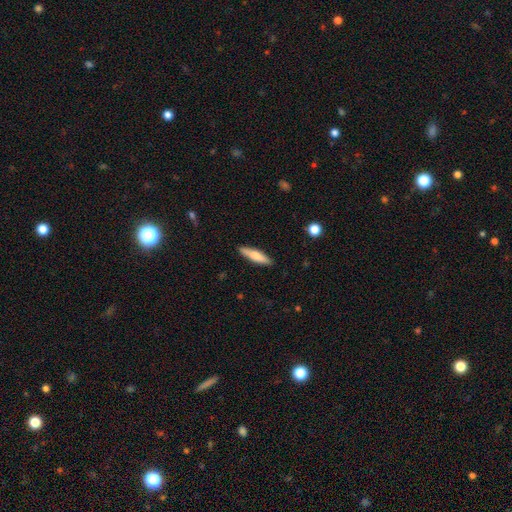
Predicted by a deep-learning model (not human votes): Smooth or featured?
  - smooth: 66% *
  - featured or disk: 29%
  - star or artifact: 6%
How rounded?
  - cigar-shaped: 75% *
  - in between: 24%
  - round: 2%
Merging?
  - none: 89% *
  - minor disturbance: 8%
  - major disturbance: 2%
  - merger: 1%